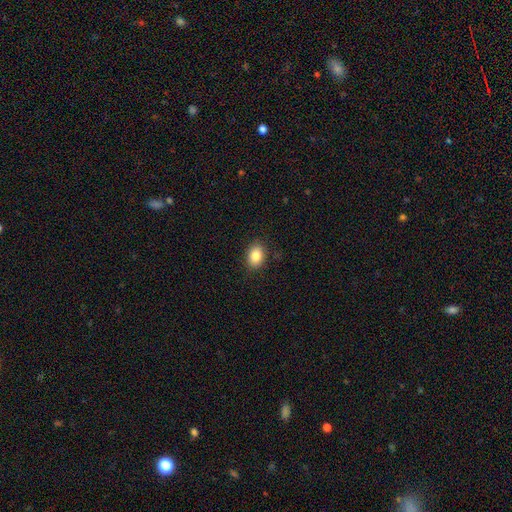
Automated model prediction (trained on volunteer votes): smooth_or_featured: smooth (p=0.85) [alt: star or artifact p=0.08]
how_rounded: in between (p=0.77) [alt: round p=0.22]
merging: none (p=0.88) [alt: minor disturbance p=0.09]